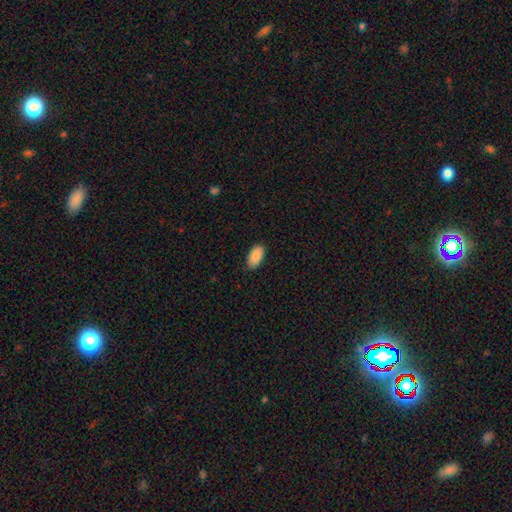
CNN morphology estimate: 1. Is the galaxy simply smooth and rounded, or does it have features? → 90% smooth, 6% star or artifact, 3% featured or disk.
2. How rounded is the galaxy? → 95% in between, 3% cigar-shaped, 2% round.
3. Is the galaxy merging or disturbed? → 88% none, 9% minor disturbance, 2% major disturbance, 1% merger.